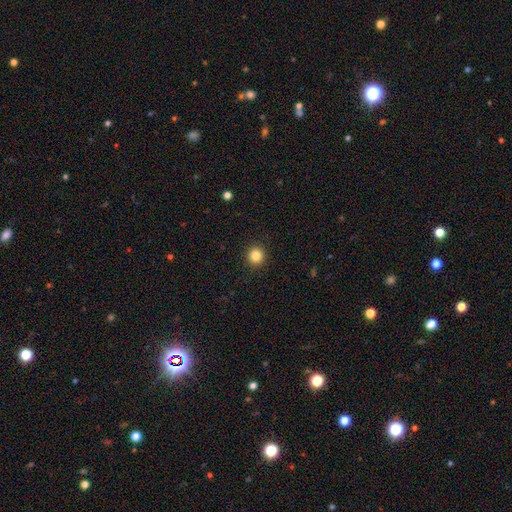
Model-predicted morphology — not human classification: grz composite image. It shows a smooth galaxy with no disk features (83%) that is round (93%). Merging: none (93%).